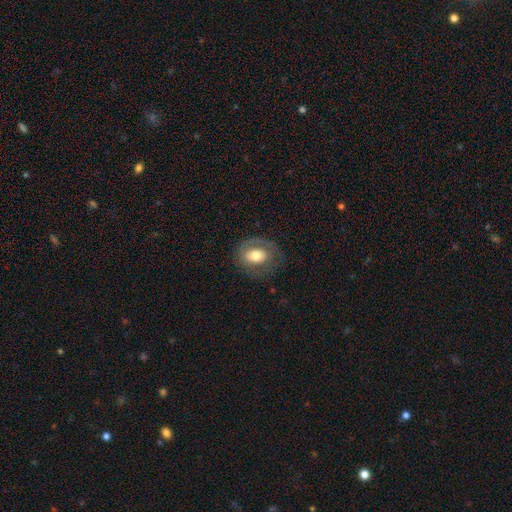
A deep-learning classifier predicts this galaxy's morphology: A smooth galaxy with no disk features (53%) that is in between round and cigar-shaped (61%).

Vote fractions:
- Smooth or featured? smooth: 53% / featured or disk: 40% / star or artifact: 8%
- How rounded? in between: 61% / round: 38% / cigar-shaped: 1%
- Merging? none: 69% / minor disturbance: 18% / major disturbance: 12% / merger: 1%